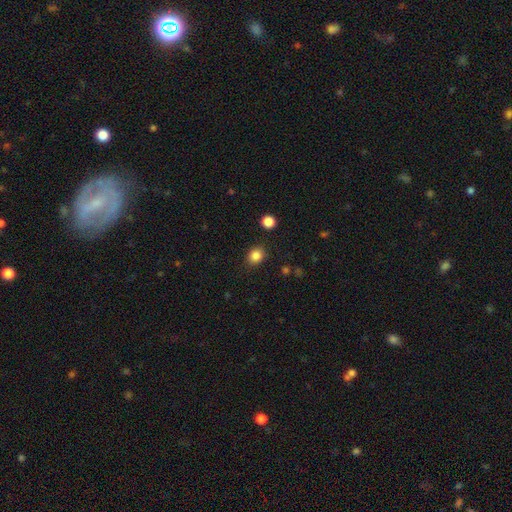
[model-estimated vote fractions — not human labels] Morphology: type=smooth (84%); roundness=round (63%); merging=none (86%).